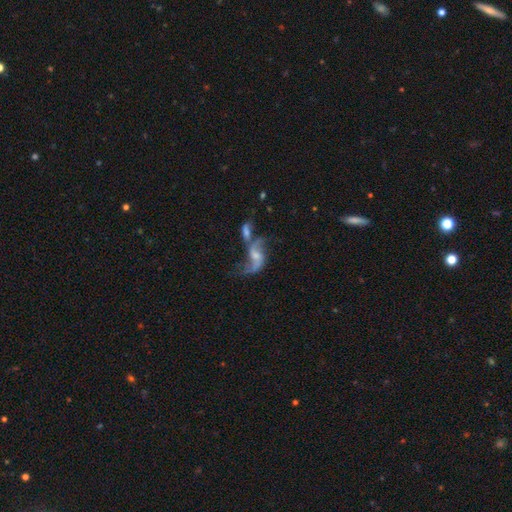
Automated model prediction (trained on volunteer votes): Smooth or featured? featured or disk (78%)
Edge-on disk? no (95%)
Bar? no (50%)
Spiral arms? yes (88%)
Spiral winding? loose (85%)
Spiral arm count? 2 (85%)
Bulge size? small (41%)
Merging? merger (44%)